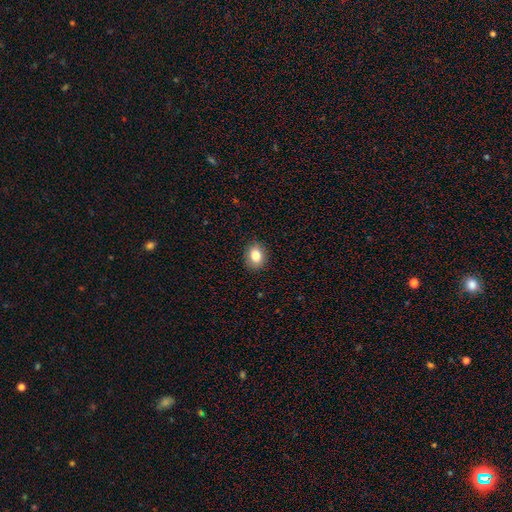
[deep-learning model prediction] Overall: smooth (83%). How rounded: in between (51%; round 48%). Merging: none (89%).